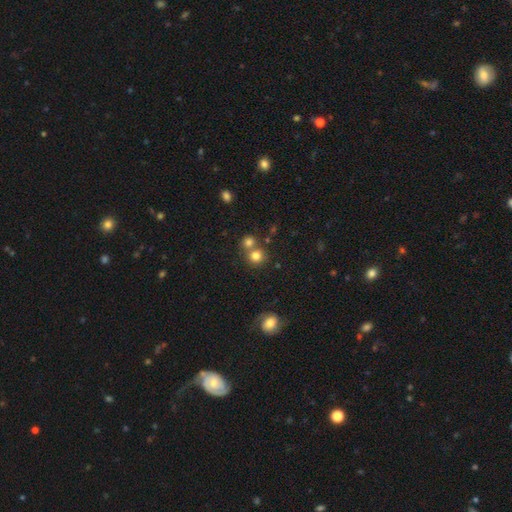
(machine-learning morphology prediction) type=smooth (79%); roundness=round (88%); merging=none (55%).